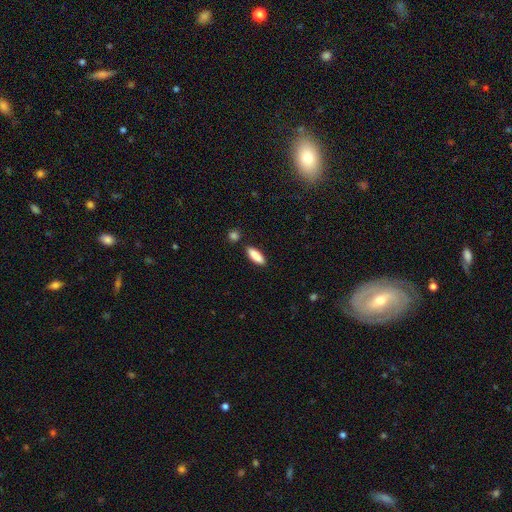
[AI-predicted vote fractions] Smooth or featured? Predicted: smooth (p=0.88). How rounded? Predicted: in between (p=0.60). Merging? Predicted: none (p=0.86).